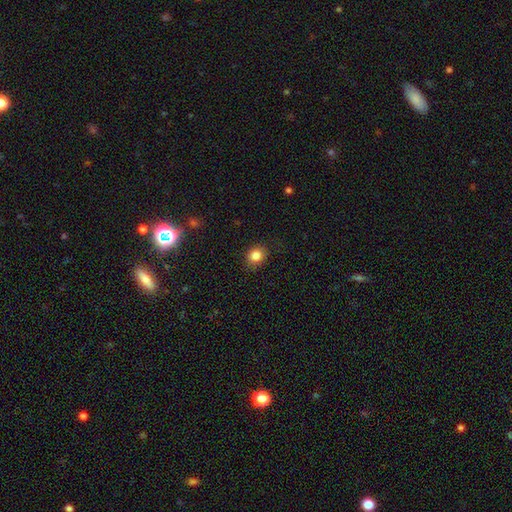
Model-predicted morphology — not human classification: Smooth or featured? smooth (84%)
How rounded? round (63%)
Merging? none (86%)